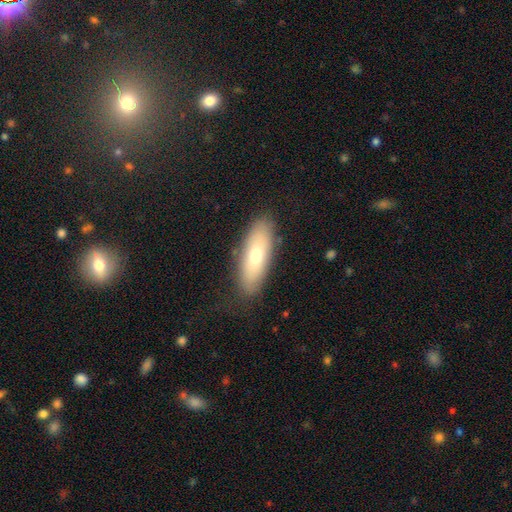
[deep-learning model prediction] Overall: smooth (68%). How rounded: in between (69%). Merging: none (82%).